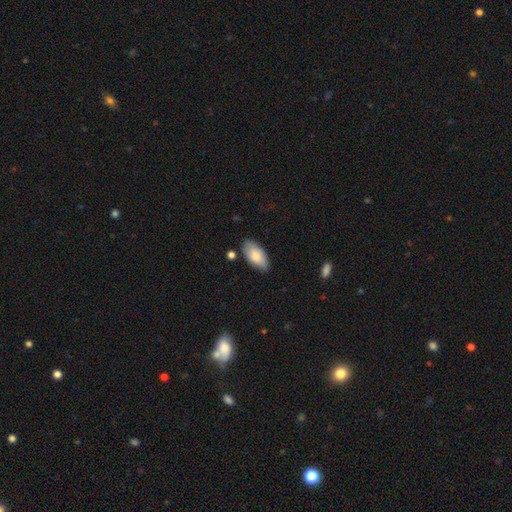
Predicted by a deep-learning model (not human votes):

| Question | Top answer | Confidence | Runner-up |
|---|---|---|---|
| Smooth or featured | smooth | 82% | featured or disk (12%) |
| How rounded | in between | 94% | cigar-shaped (4%) |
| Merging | none | 75% | minor disturbance (19%) |